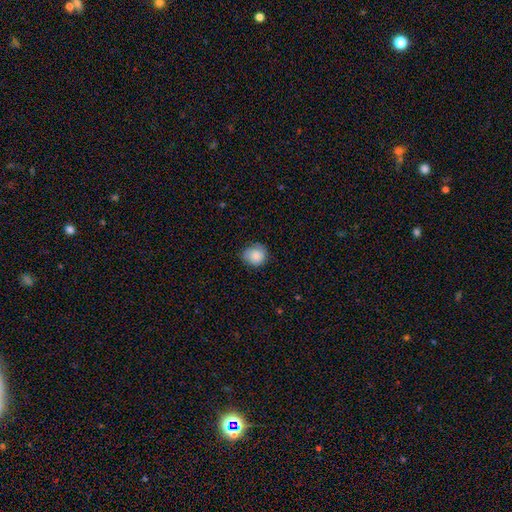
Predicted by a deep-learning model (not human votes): Smooth or featured: smooth — 86% (star or artifact — 8%)
How rounded: round — 82% (in between — 17%)
Merging: none — 74% (minor disturbance — 21%)